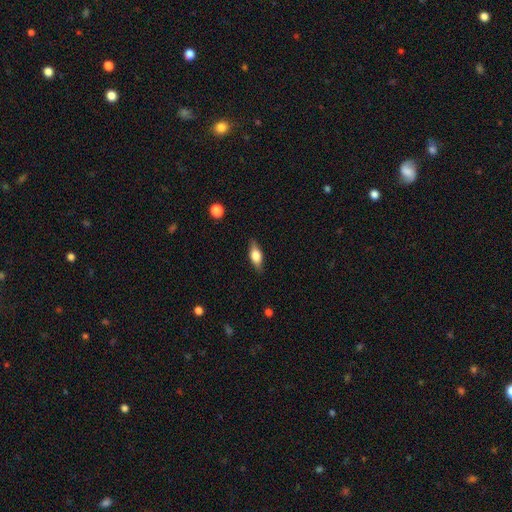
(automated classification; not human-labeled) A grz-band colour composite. It shows a smooth galaxy with no disk features (63%) that is in between round and cigar-shaped (74%). Merging: none (82%).